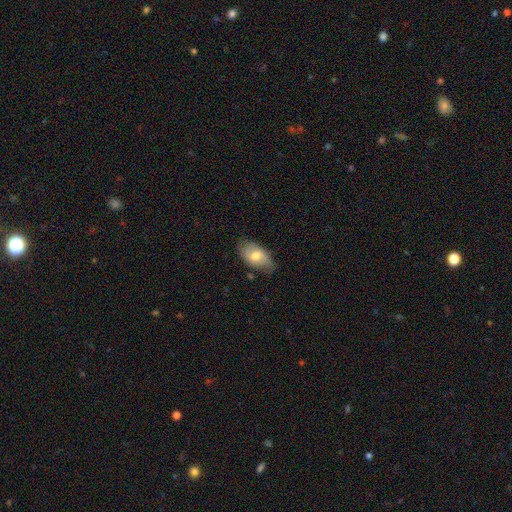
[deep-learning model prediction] A smooth galaxy with no disk features (64%) that is in between round and cigar-shaped (92%). Merging: none (70%).